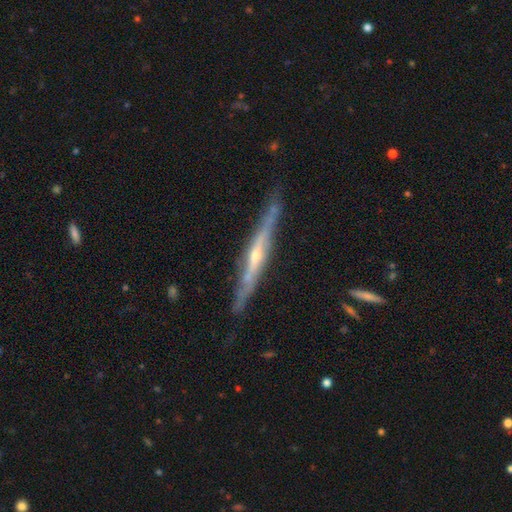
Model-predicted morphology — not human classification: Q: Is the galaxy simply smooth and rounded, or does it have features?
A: featured or disk — 80%.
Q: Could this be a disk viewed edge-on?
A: yes — 94%.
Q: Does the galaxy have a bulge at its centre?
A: rounded — 65%.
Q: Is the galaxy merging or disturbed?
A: none — 81%.